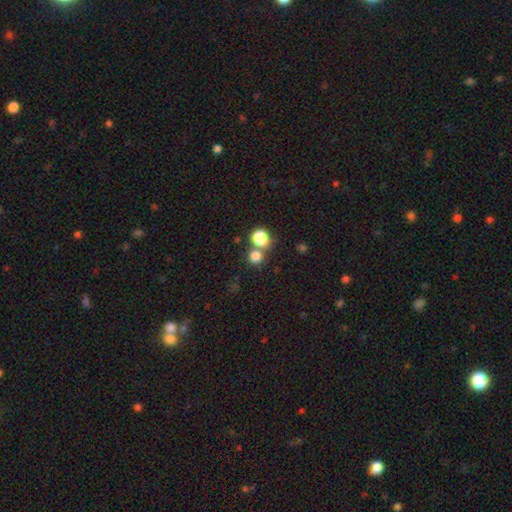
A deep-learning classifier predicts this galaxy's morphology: A smooth galaxy with no disk features (78%) that is round (89%).

Vote fractions:
- Smooth or featured? smooth: 78% / star or artifact: 16% / featured or disk: 6%
- How rounded? round: 89% / in between: 10% / cigar-shaped: 1%
- Merging? none: 61% / merger: 30% / minor disturbance: 6% / major disturbance: 3%